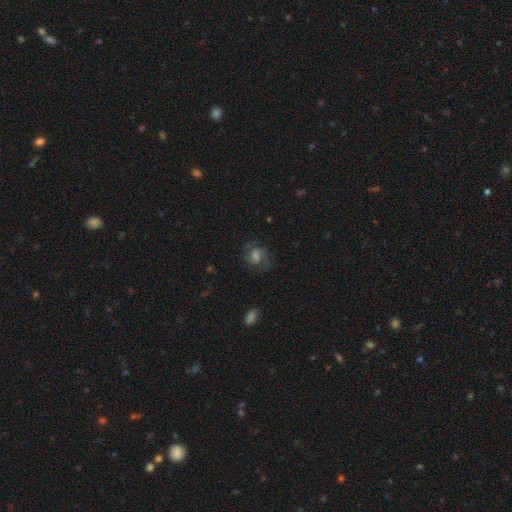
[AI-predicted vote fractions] smooth-or-featured: featured or disk: 68% | smooth: 18% | star or artifact: 14%
  disk-edge-on: no: 97% | yes: 3%
    bar: weak: 51% | no: 34% | strong: 15%
    has-spiral-arms: yes: 93% | no: 7%
      spiral-winding: medium: 55% | tight: 27% | loose: 18%
      spiral-arm-count: 2: 83% | can't tell: 8% | 3: 3% | 1: 2% | 4: 2% | more than 4: 1%
    bulge-size: moderate: 37% | small: 29% | large: 16% | none: 15% | dominant: 2%
  merging: none: 76% | minor disturbance: 14% | major disturbance: 8% | merger: 1%